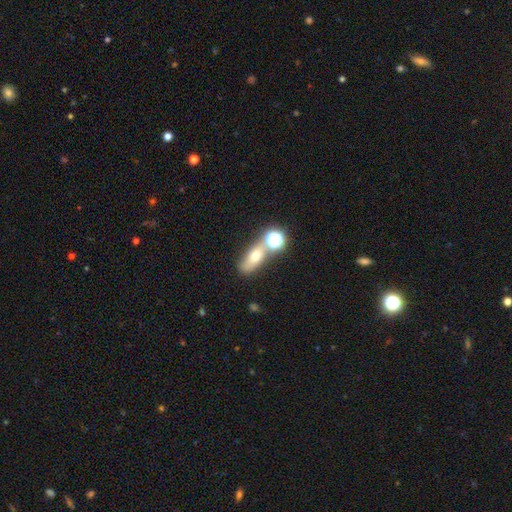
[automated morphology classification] Overall: smooth (55%; featured or disk 27%). How rounded: in between (54%; cigar-shaped 23%). Merging: none (52%; merger 28%).